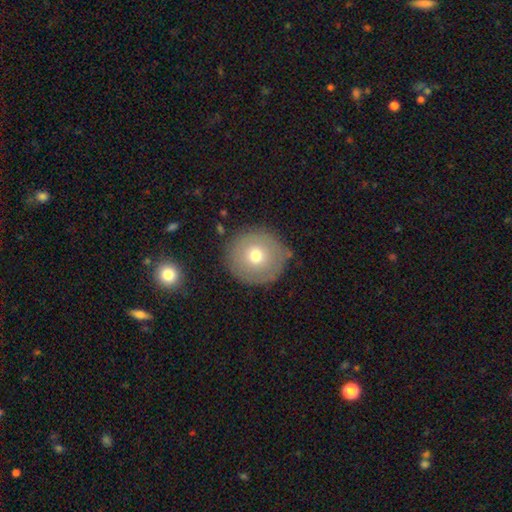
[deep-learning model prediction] This is likely a smooth galaxy (65%). How rounded: clearly round (93%). Merging: clearly none (81%).